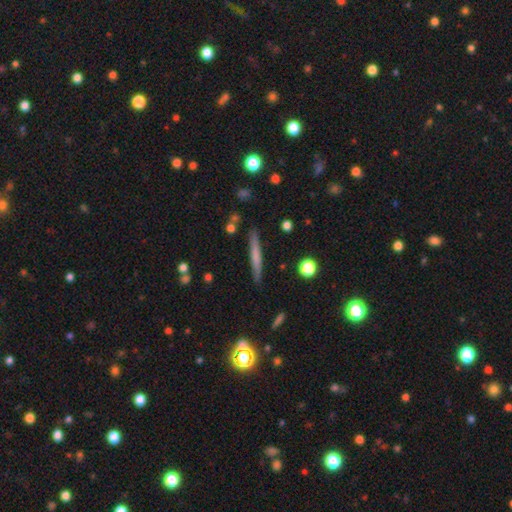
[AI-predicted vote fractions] Smooth or featured?
  - smooth: 56% *
  - featured or disk: 37%
  - star or artifact: 7%
How rounded?
  - cigar-shaped: 95% *
  - in between: 4%
  - round: 2%
Merging?
  - none: 88% *
  - minor disturbance: 8%
  - merger: 2%
  - major disturbance: 2%